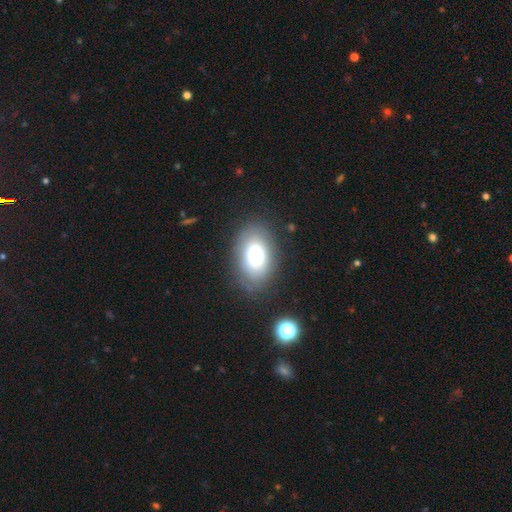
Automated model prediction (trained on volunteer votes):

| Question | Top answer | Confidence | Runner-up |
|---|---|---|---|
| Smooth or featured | smooth | 70% | featured or disk (20%) |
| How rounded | in between | 85% | round (13%) |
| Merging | none | 80% | minor disturbance (13%) |